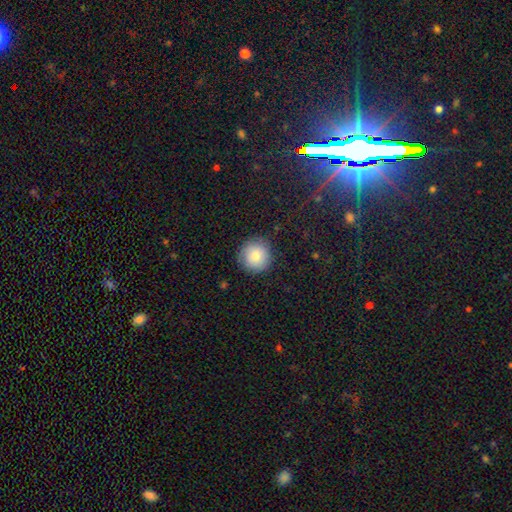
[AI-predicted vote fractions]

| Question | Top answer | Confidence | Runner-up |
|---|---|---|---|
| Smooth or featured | smooth | 80% | featured or disk (11%) |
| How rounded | round | 94% | in between (5%) |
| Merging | none | 86% | minor disturbance (10%) |